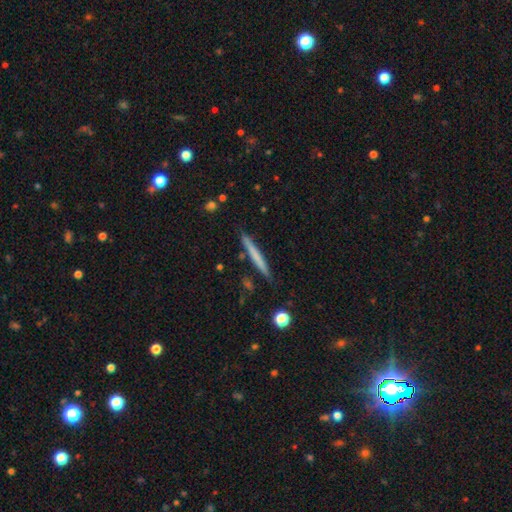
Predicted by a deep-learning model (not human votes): smooth-or-featured: smooth: 60% | featured or disk: 35% | star or artifact: 6%
  how-rounded: cigar-shaped: 97% | in between: 2% | round: 1%
  merging: none: 87% | minor disturbance: 9% | merger: 2% | major disturbance: 2%